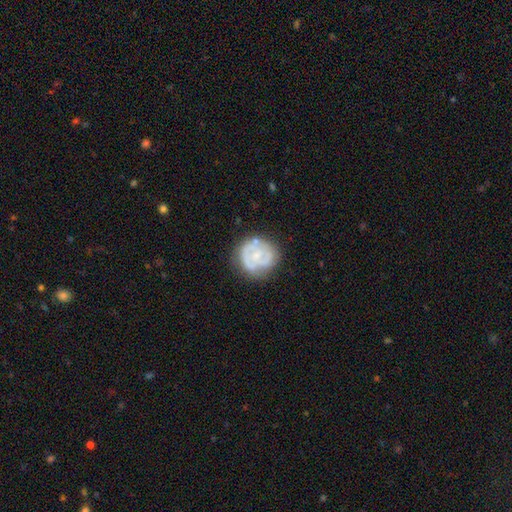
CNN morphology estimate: A featured or disk galaxy (63%) with no bar (72%), spiral arms (62%) and a small central bulge (53%). Merging: none (65%).